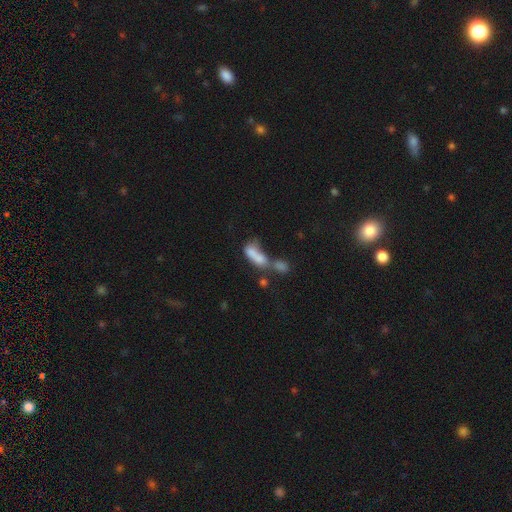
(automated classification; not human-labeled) This is likely a smooth galaxy (68%). How rounded: likely in between (68%). Merging: likely merger (66%).